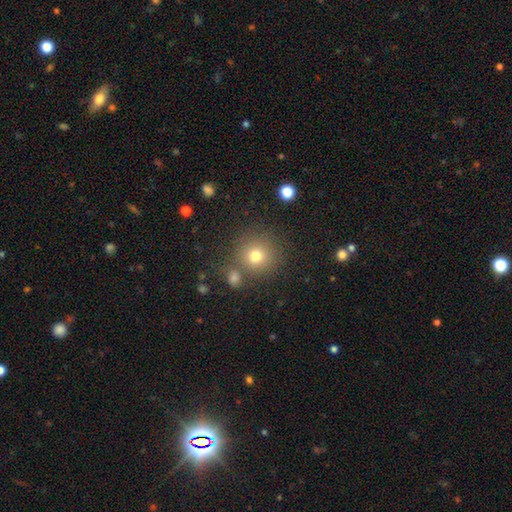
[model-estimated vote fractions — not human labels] smooth 75%, star or artifact 15%, featured or disk 10%. Down the decision tree: how rounded — round (92%); merging — none (73%).